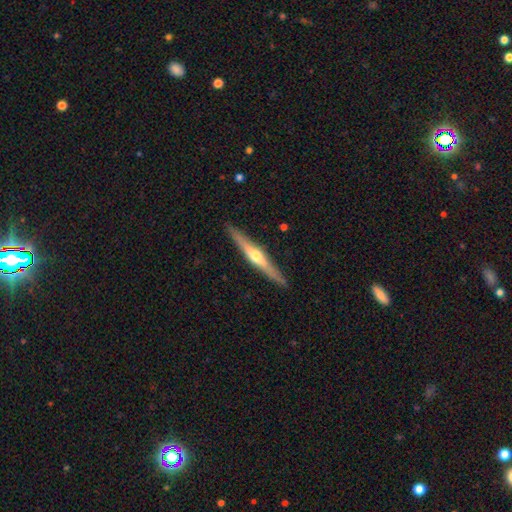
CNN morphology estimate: Smooth or featured?
  - featured or disk: 73% *
  - smooth: 22%
  - star or artifact: 5%
Edge-on disk?
  - yes: 97% *
  - no: 3%
Edge-on bulge?
  - rounded: 91% *
  - none: 5%
  - boxy: 3%
Merging?
  - none: 91% *
  - minor disturbance: 7%
  - major disturbance: 1%
  - merger: 1%